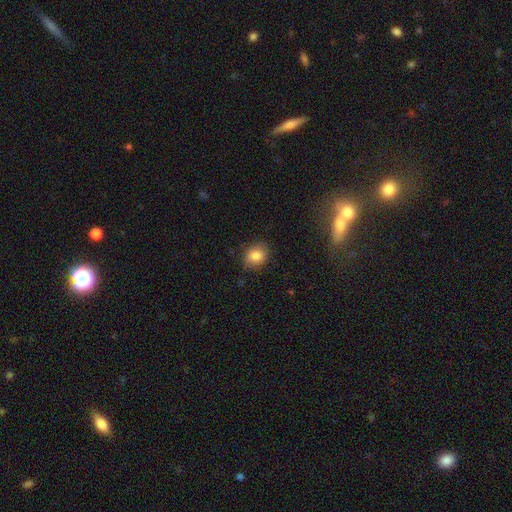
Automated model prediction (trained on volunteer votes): The model was most divided on "how rounded": round: 53%, in between: 46%, cigar-shaped: 1%. More confident: smooth or featured — smooth (83%); merging — none (81%).